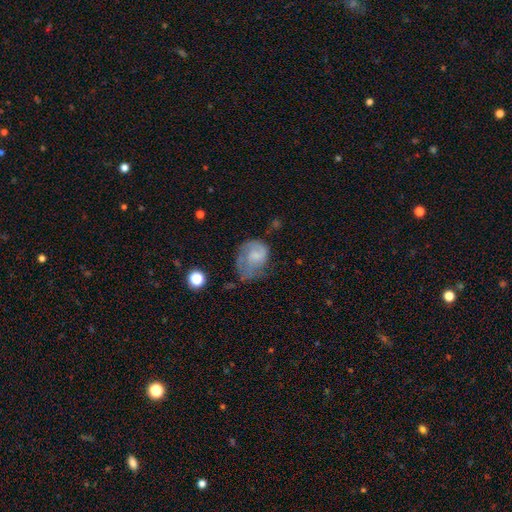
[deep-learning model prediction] A smooth galaxy with no disk features (48%).

Vote fractions:
- Smooth or featured? smooth: 48% / featured or disk: 43% / star or artifact: 9%
- Merging? major disturbance: 36% / none: 31% / minor disturbance: 30% / merger: 3%